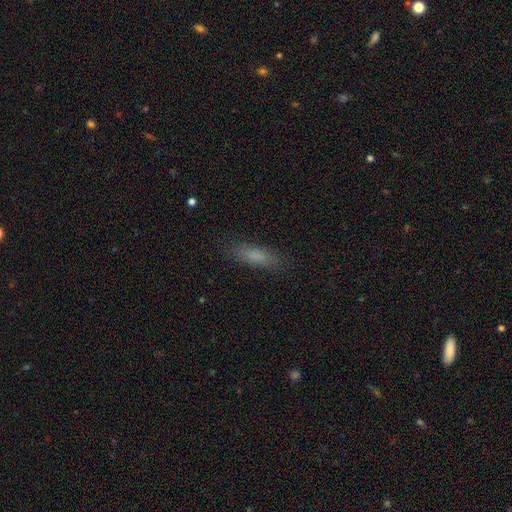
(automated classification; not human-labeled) smooth-or-featured: smooth: 79% | featured or disk: 12% | star or artifact: 9%
  how-rounded: cigar-shaped: 55% | in between: 43% | round: 2%
  merging: none: 84% | minor disturbance: 12% | major disturbance: 4% | merger: 1%